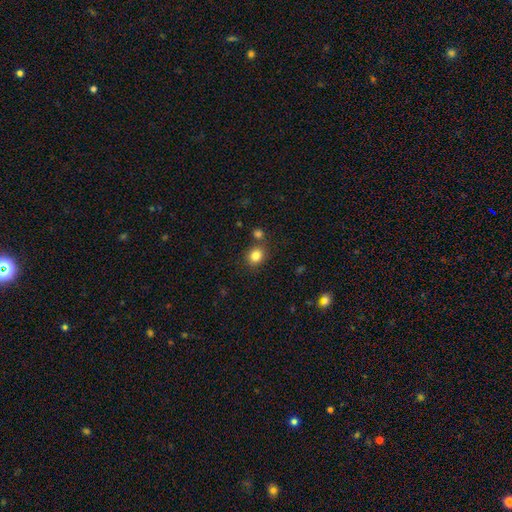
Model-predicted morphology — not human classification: Smooth or featured: smooth — 83% (star or artifact — 11%)
How rounded: round — 60% (in between — 39%)
Merging: none — 76% (merger — 11%)